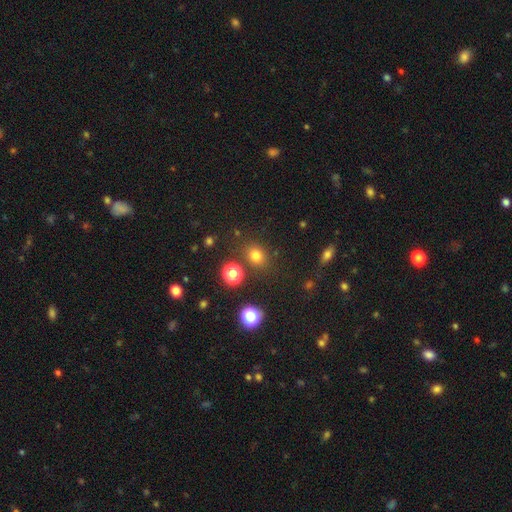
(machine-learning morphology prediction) Overall: smooth (75%). How rounded: round (56%; in between 43%). Merging: none (81%).